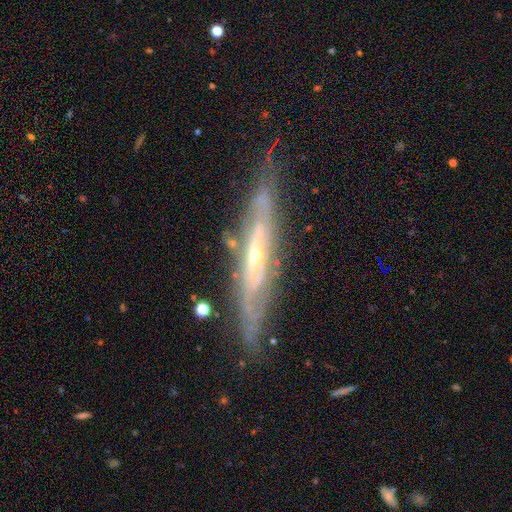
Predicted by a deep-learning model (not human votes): This appears to be a featured or disk galaxy (82%) viewed edge-on (71%) with a rounded central bulge (57%). Merging: none (76%).